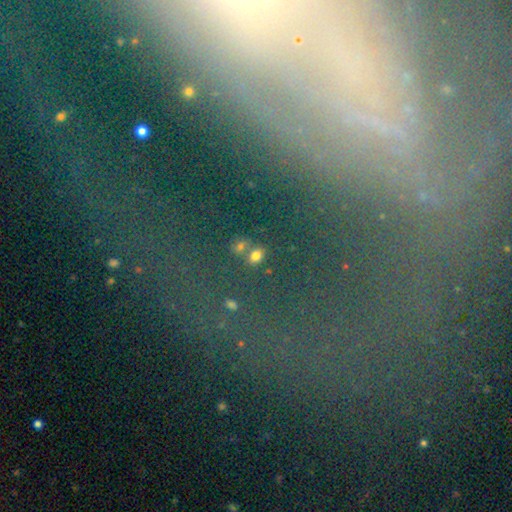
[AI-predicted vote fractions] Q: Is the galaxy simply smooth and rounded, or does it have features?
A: smooth — 66%.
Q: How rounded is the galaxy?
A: in between — 53%.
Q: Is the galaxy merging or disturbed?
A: none — 68%.